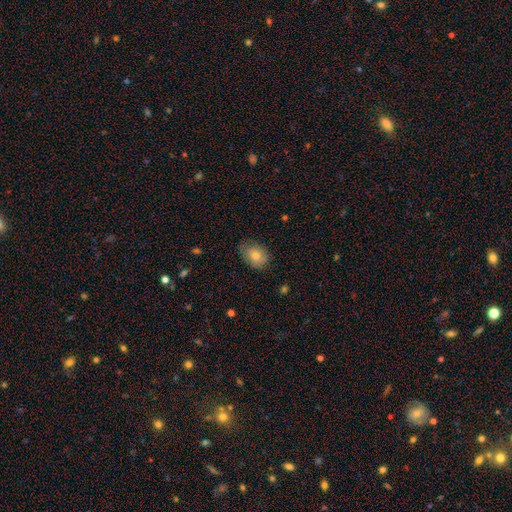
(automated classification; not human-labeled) smooth_or_featured: smooth (p=0.79) [alt: featured or disk p=0.13]
how_rounded: in between (p=0.70) [alt: round p=0.29]
merging: none (p=0.73) [alt: minor disturbance p=0.22]